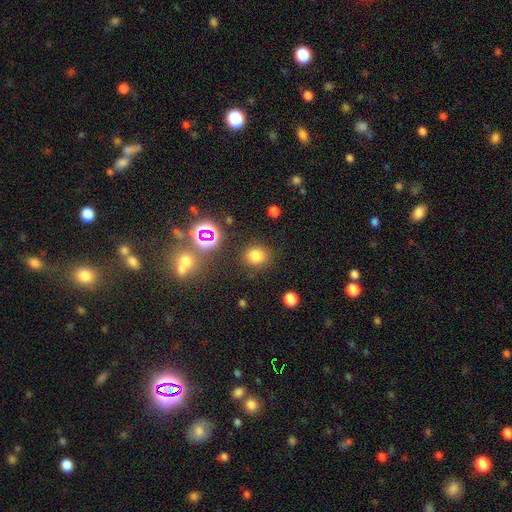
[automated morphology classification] A smooth galaxy with no disk features (75%) that is round (78%).

Vote fractions:
- Smooth or featured? smooth: 75% / star or artifact: 18% / featured or disk: 6%
- How rounded? round: 78% / in between: 21% / cigar-shaped: 1%
- Merging? none: 85% / minor disturbance: 9% / major disturbance: 4% / merger: 3%